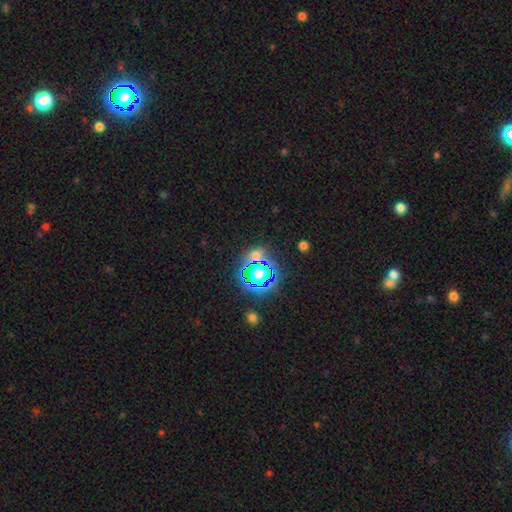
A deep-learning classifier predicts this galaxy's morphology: smooth-or-featured: star or artifact: 53% | smooth: 36% | featured or disk: 12%